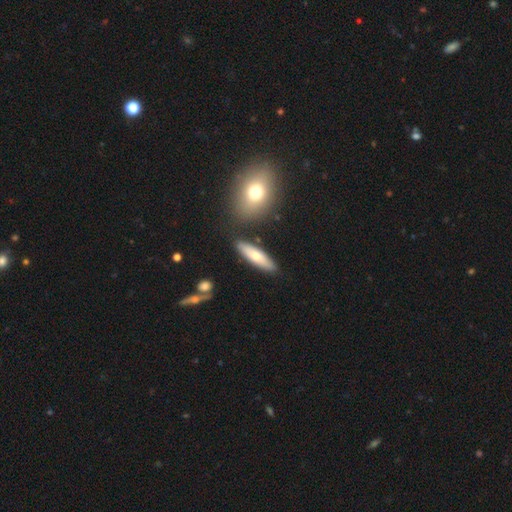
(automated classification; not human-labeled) smooth 63%, featured or disk 31%, star or artifact 6%. Down the decision tree: how rounded — cigar-shaped (62%); merging — none (83%).